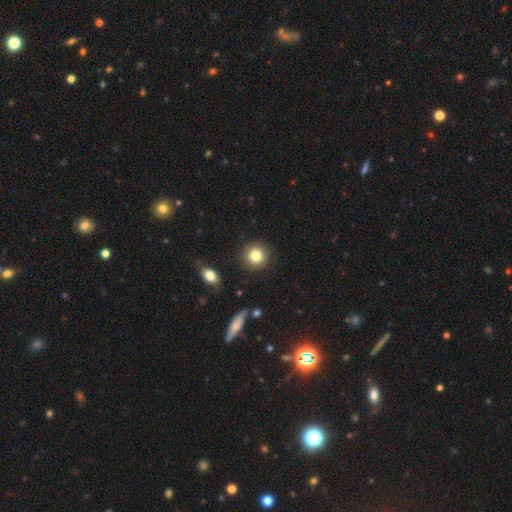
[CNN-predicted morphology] smooth-or-featured: smooth: 82% | star or artifact: 9% | featured or disk: 8%
  how-rounded: round: 91% | in between: 8% | cigar-shaped: 1%
  merging: none: 88% | minor disturbance: 7% | major disturbance: 3% | merger: 2%